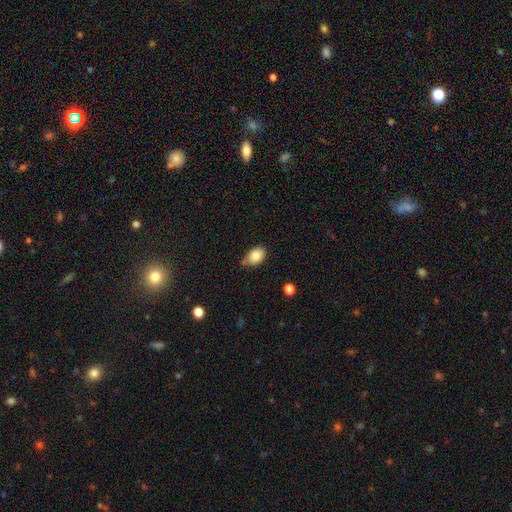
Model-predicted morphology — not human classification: The model was most divided on "merging": none: 60%, minor disturbance: 27%, merger: 8%, major disturbance: 5%. More confident: smooth or featured — smooth (83%); how rounded — in between (81%).